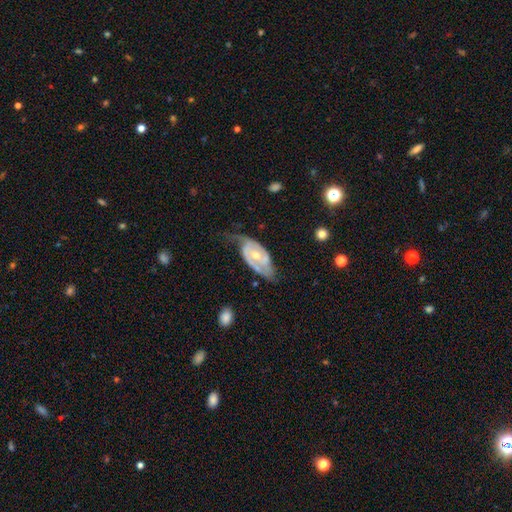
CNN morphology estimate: Overall: featured or disk (82%). Edge-on disk: no (94%). Bar: no (53%; weak 36%). Spiral arms: yes (88%). Spiral arm count: 2 (71%). Spiral winding: tight (41%; medium 40%). Bulge size: moderate (56%; small 39%). Merging: none (44%; minor disturbance 31%).